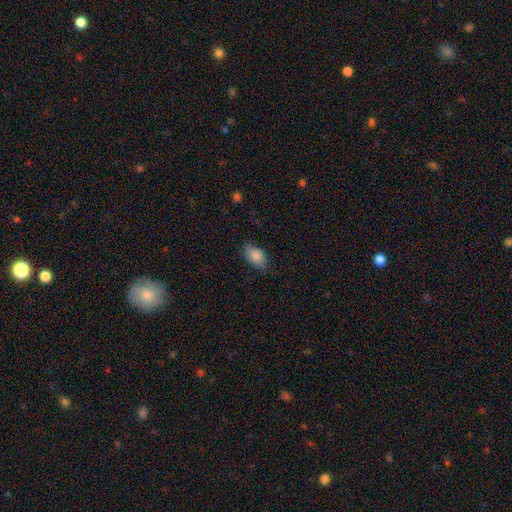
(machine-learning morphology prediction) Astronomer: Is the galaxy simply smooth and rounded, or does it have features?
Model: smooth — 85%.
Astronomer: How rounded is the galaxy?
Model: in between — 88%.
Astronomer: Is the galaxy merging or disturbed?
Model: none — 69%.